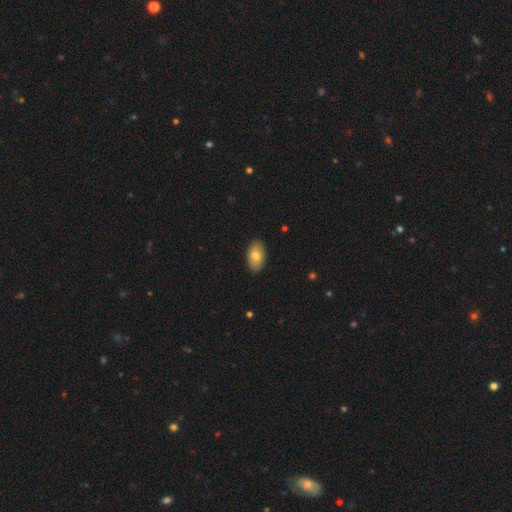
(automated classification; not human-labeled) A smooth galaxy with no disk features (77%) that is in between round and cigar-shaped (93%).

Vote fractions:
- Smooth or featured? smooth: 77% / featured or disk: 16% / star or artifact: 7%
- How rounded? in between: 93% / round: 5% / cigar-shaped: 2%
- Merging? none: 89% / minor disturbance: 8% / major disturbance: 2% / merger: 1%